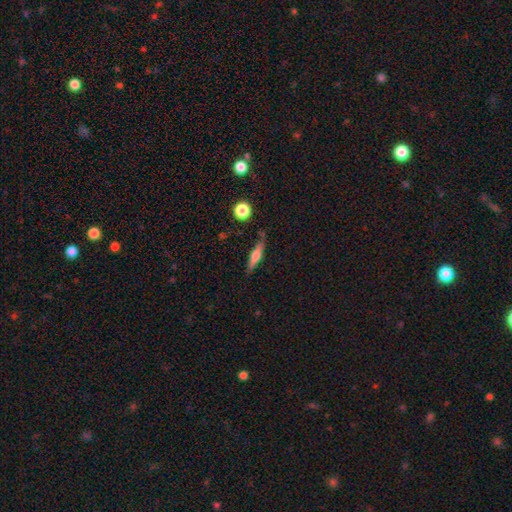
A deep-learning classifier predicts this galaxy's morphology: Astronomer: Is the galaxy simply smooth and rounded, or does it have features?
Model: featured or disk — 52% (runner-up: smooth, 40%).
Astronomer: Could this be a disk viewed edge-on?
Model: yes — 94%.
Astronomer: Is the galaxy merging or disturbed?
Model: none — 80%.